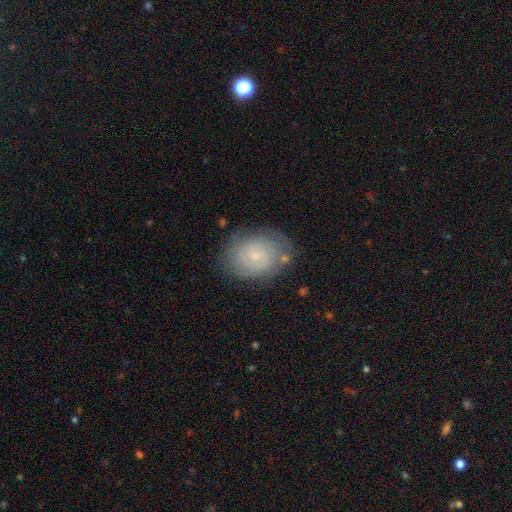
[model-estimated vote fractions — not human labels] The model was most divided on "spiral arm count": can't tell: 42%, 2: 34%, 3: 11%, 4: 5%, 1: 4%, more than 4: 4%. More confident: edge-on disk — no (97%); spiral arms — yes (88%); bulge size — small (79%); merging — none (74%); bar — no (71%); spiral winding — tight (69%); smooth or featured — featured or disk (63%).